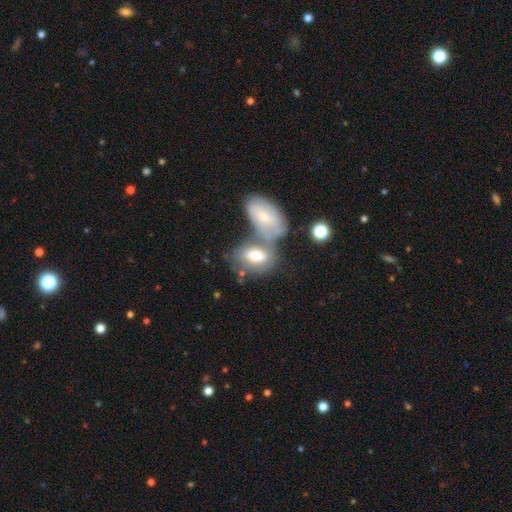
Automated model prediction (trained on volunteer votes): A smooth galaxy with no disk features (61%) that is in between round and cigar-shaped (87%).

Vote fractions:
- Smooth or featured? smooth: 61% / featured or disk: 32% / star or artifact: 7%
- How rounded? in between: 87% / round: 10% / cigar-shaped: 3%
- Merging? merger: 54% / none: 27% / minor disturbance: 12% / major disturbance: 7%